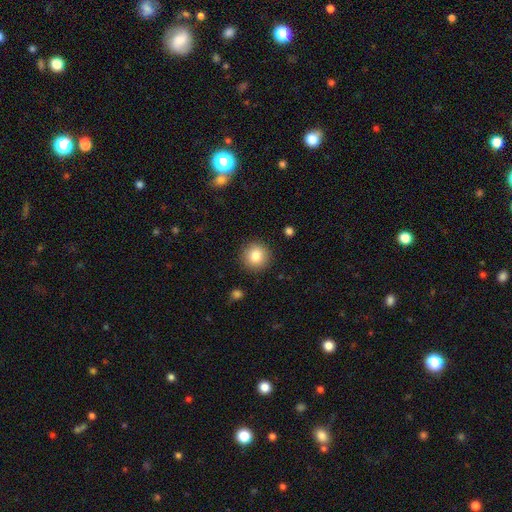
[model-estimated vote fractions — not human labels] smooth_or_featured: smooth (p=0.84) [alt: star or artifact p=0.09]
how_rounded: round (p=0.94) [alt: in between p=0.05]
merging: none (p=0.90) [alt: minor disturbance p=0.06]